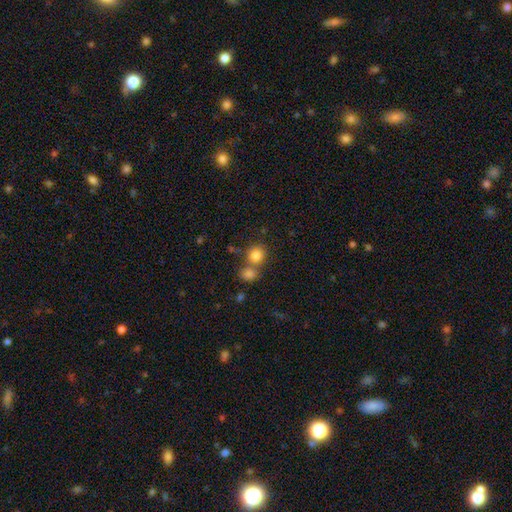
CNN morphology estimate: A smooth galaxy with no disk features (83%) that is round (85%).

Vote fractions:
- Smooth or featured? smooth: 83% / star or artifact: 11% / featured or disk: 6%
- How rounded? round: 85% / in between: 14% / cigar-shaped: 1%
- Merging? none: 54% / merger: 35% / minor disturbance: 8% / major disturbance: 3%